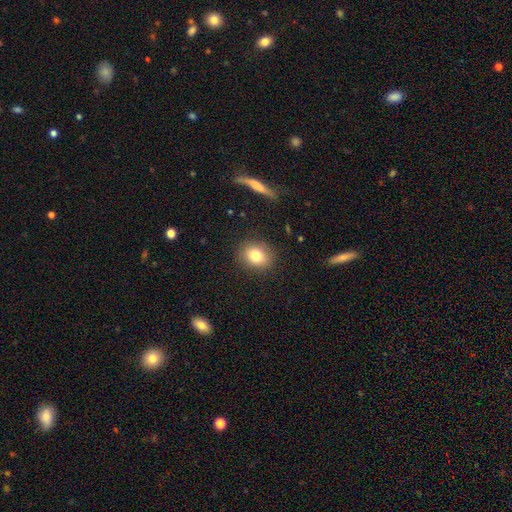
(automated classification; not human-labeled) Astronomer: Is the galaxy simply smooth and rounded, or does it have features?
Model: smooth — 79%.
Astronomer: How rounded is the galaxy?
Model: round — 63%.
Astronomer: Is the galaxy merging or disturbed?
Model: none — 87%.